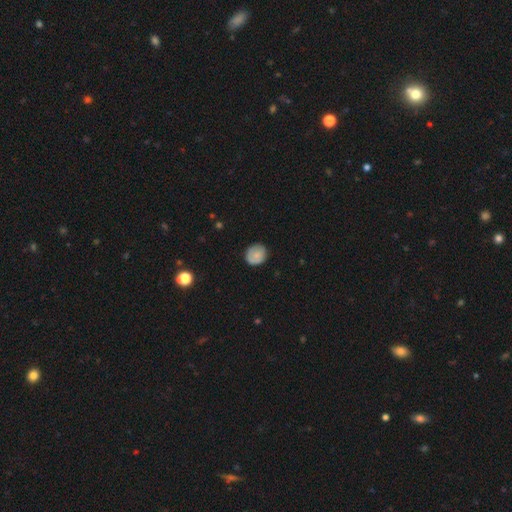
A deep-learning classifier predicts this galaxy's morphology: The model was most divided on "smooth or featured": smooth: 71%, featured or disk: 21%, star or artifact: 8%. More confident: how rounded — round (79%); merging — none (79%).